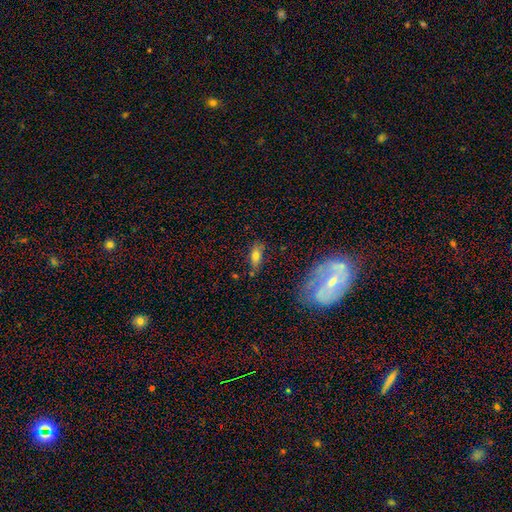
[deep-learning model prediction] Smooth or featured? smooth (68%)
How rounded? in between (77%)
Merging? none (74%)